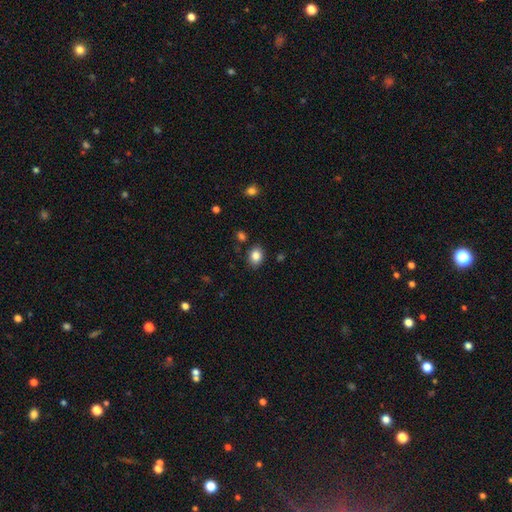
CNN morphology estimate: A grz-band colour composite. It shows a smooth galaxy with no disk features (85%) that is in between round and cigar-shaped (59%). Merging: none (86%).